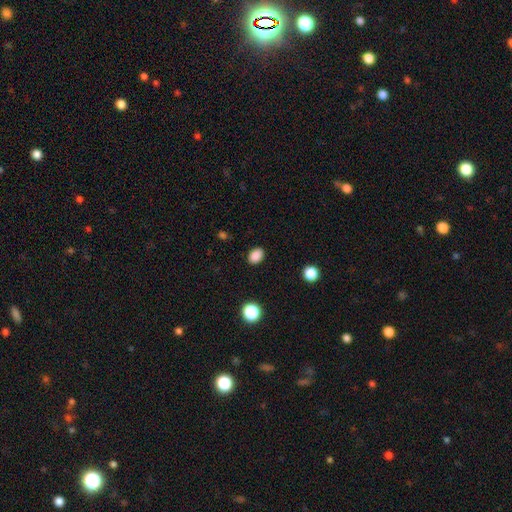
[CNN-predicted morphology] smooth 87%, star or artifact 10%, featured or disk 3%. Down the decision tree: how rounded — in between (73%); merging — none (88%).